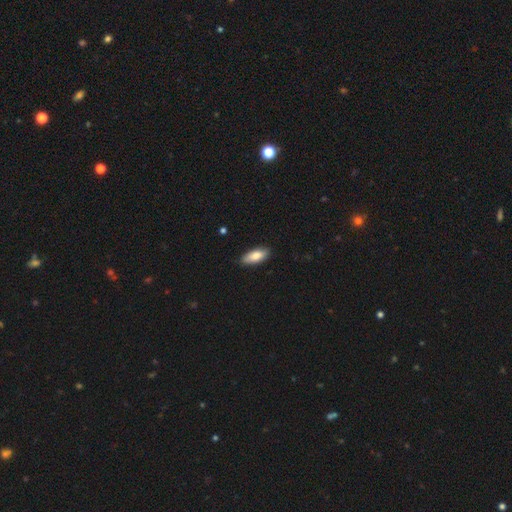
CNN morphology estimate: A smooth galaxy with no disk features (82%) that is in between round and cigar-shaped (81%).

Vote fractions:
- Smooth or featured? smooth: 82% / featured or disk: 13% / star or artifact: 6%
- How rounded? in between: 81% / cigar-shaped: 17% / round: 2%
- Merging? none: 86% / minor disturbance: 12% / major disturbance: 2% / merger: 1%